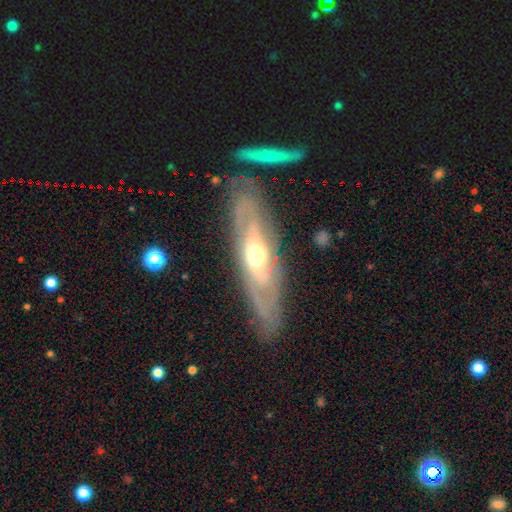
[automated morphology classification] Overall: featured or disk (78%). Edge-on disk: no (69%; yes 31%). Bar: no (69%). Spiral arms: yes (70%; no 30%). Bulge size: moderate (69%). Merging: none (80%).